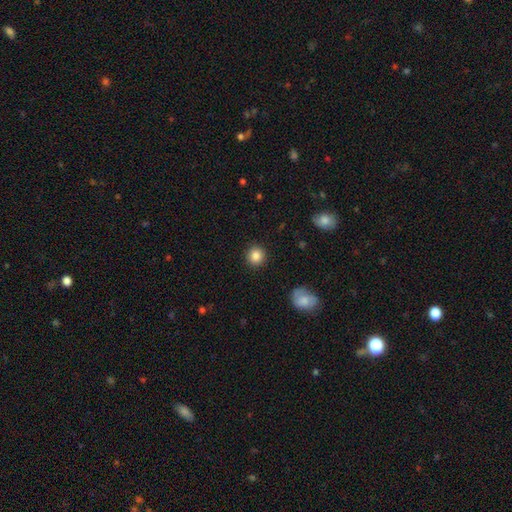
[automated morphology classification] type=smooth (86%); roundness=round (92%); merging=none (91%).